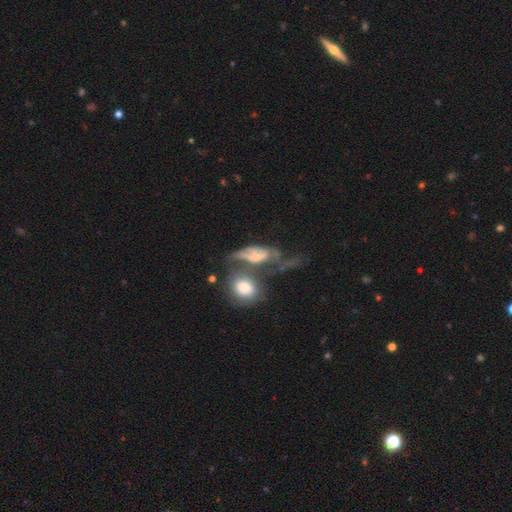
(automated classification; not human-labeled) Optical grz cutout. It shows a featured or disk galaxy (51%). Merging: merger (42%).